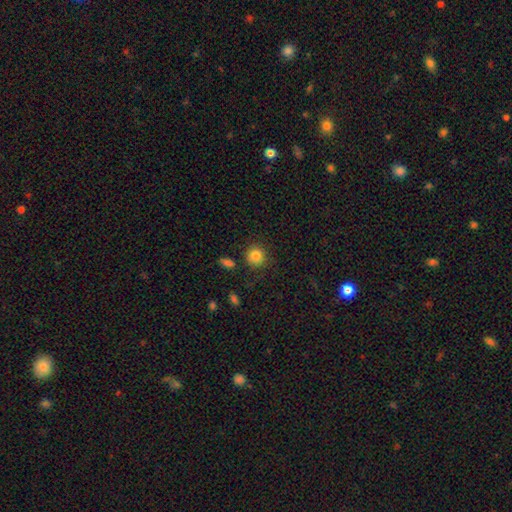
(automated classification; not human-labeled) smooth-or-featured: smooth: 84% | star or artifact: 11% | featured or disk: 5%
  how-rounded: round: 90% | in between: 9% | cigar-shaped: 1%
  merging: none: 84% | minor disturbance: 10% | merger: 3% | major disturbance: 3%